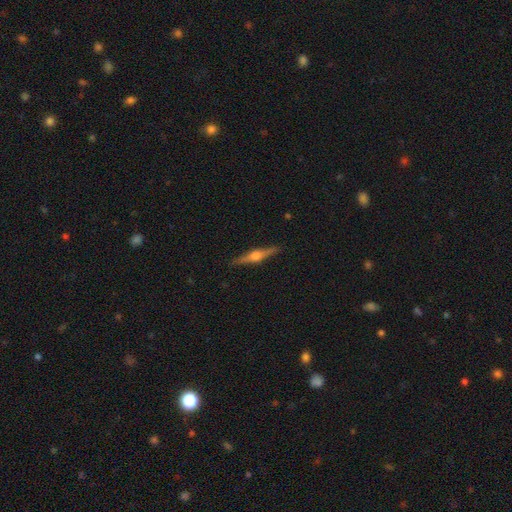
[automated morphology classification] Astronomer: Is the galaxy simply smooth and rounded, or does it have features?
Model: featured or disk — 77%.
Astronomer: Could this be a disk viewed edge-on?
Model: yes — 98%.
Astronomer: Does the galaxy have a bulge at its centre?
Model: rounded — 93%.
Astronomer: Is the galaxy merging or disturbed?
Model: none — 90%.